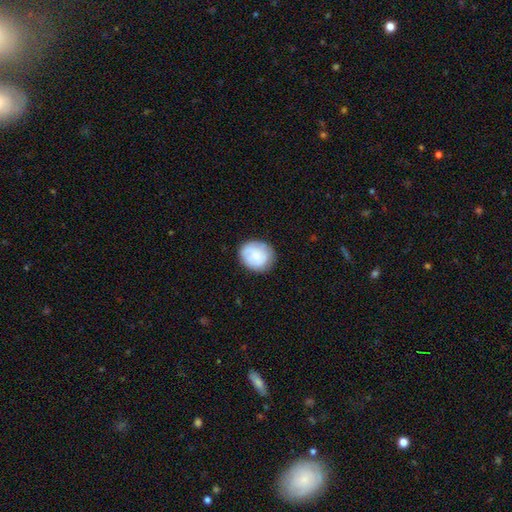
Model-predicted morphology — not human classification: This is possibly a smooth galaxy (59%). How rounded: likely round (73%). Merging: likely none (78%).